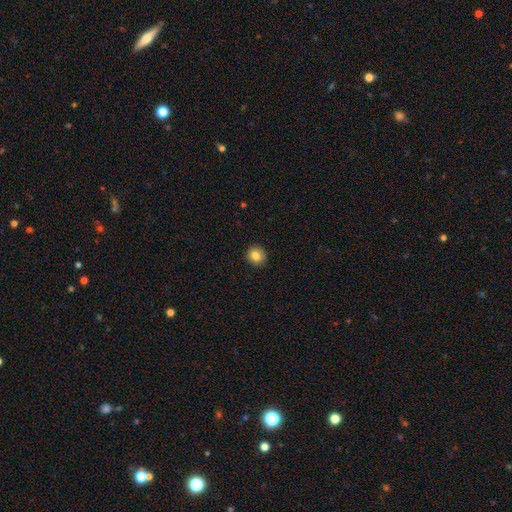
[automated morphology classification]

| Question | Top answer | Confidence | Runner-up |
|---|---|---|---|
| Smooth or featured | smooth | 83% | star or artifact (9%) |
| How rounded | round | 85% | in between (14%) |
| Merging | none | 92% | minor disturbance (6%) |